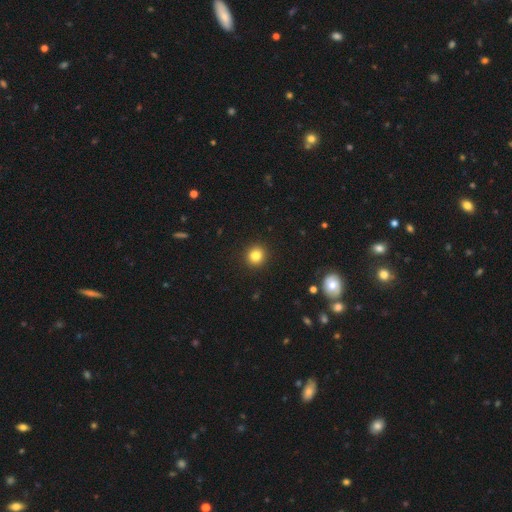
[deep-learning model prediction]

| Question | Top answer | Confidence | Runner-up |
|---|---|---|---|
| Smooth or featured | smooth | 83% | star or artifact (12%) |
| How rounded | round | 91% | in between (8%) |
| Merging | none | 93% | minor disturbance (5%) |